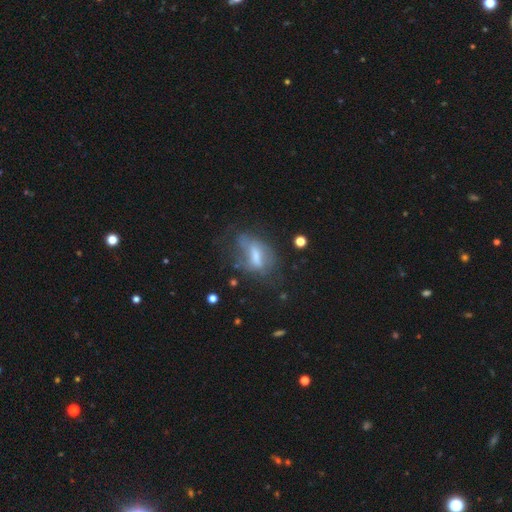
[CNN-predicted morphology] This appears to be a featured or disk galaxy (48%). Merging: none (40%).